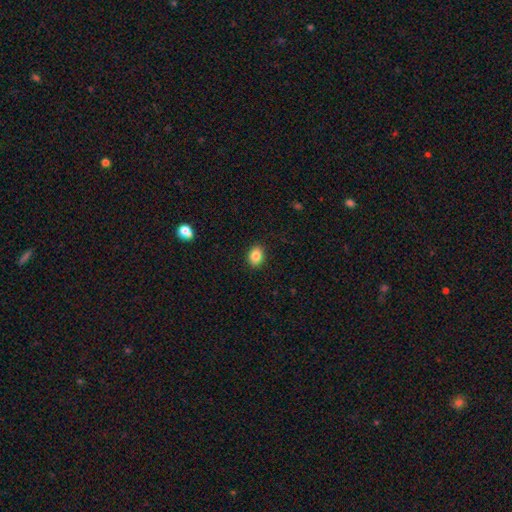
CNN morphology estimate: This is clearly a smooth galaxy (86%). How rounded: likely in between (63%). Merging: clearly none (90%).